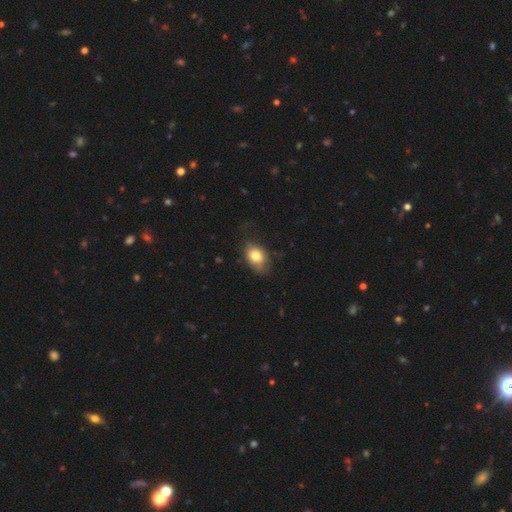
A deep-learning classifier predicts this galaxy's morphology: This appears to be a smooth galaxy with no disk features (77%) that is in between round and cigar-shaped (75%). Merging: none (63%).